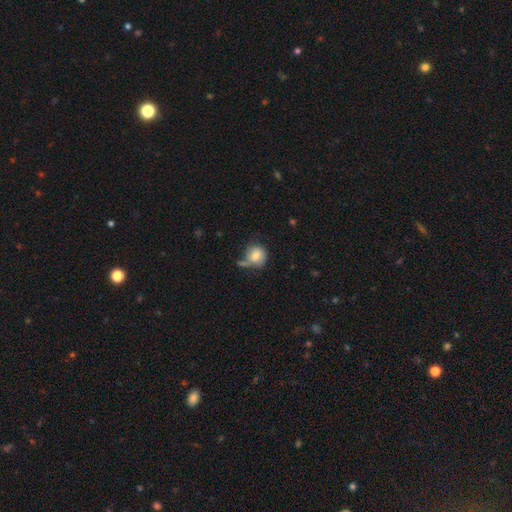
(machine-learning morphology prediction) smooth-or-featured: smooth: 74% | featured or disk: 17% | star or artifact: 8%
  how-rounded: round: 78% | in between: 20% | cigar-shaped: 1%
  merging: none: 44% | minor disturbance: 24% | merger: 17% | major disturbance: 15%